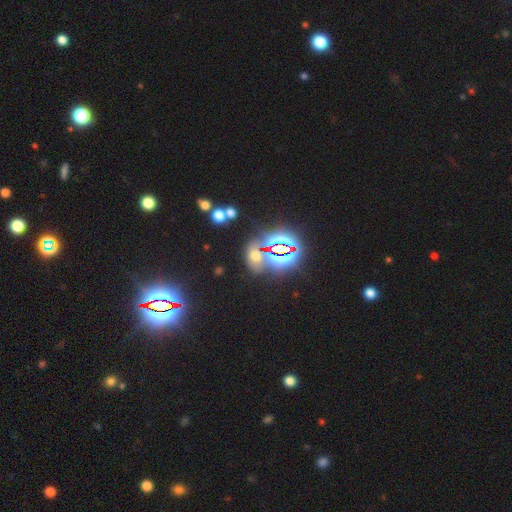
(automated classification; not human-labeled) This is possibly a star or artifact rather than a galaxy (53%).